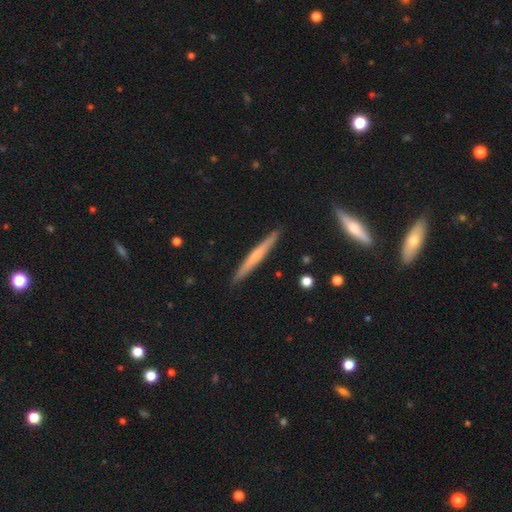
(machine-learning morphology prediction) A featured or disk galaxy (48%).

Vote fractions:
- Smooth or featured? featured or disk: 48% / smooth: 46% / star or artifact: 5%
- Merging? none: 91% / minor disturbance: 7% / merger: 1% / major disturbance: 1%